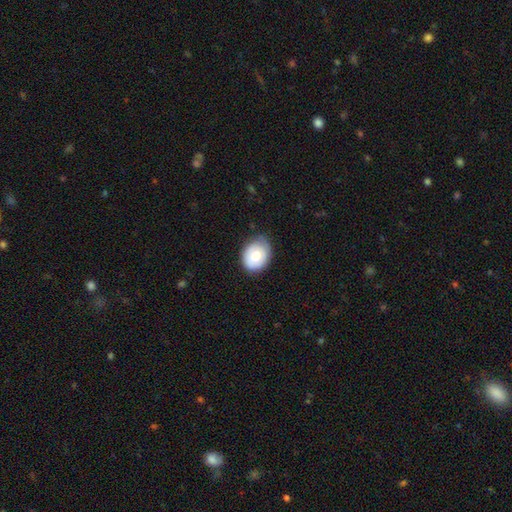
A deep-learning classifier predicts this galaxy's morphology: Overall: smooth (61%; featured or disk 32%). How rounded: round (53%; in between 46%). Merging: none (69%).